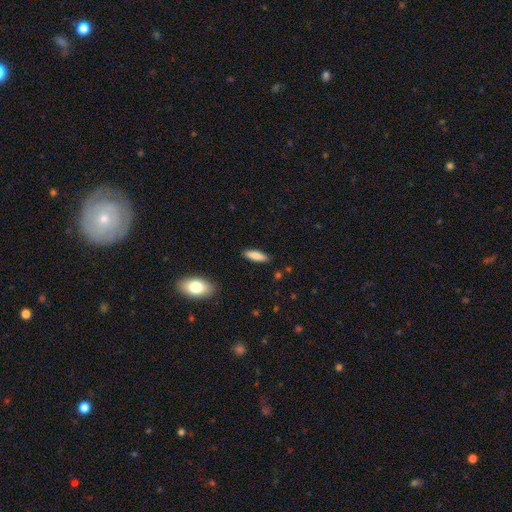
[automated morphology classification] A smooth galaxy with no disk features (83%) that is in between round and cigar-shaped (50%).

Vote fractions:
- Smooth or featured? smooth: 83% / featured or disk: 11% / star or artifact: 6%
- How rounded? in between: 50% / cigar-shaped: 48% / round: 2%
- Merging? none: 87% / minor disturbance: 9% / major disturbance: 2% / merger: 1%